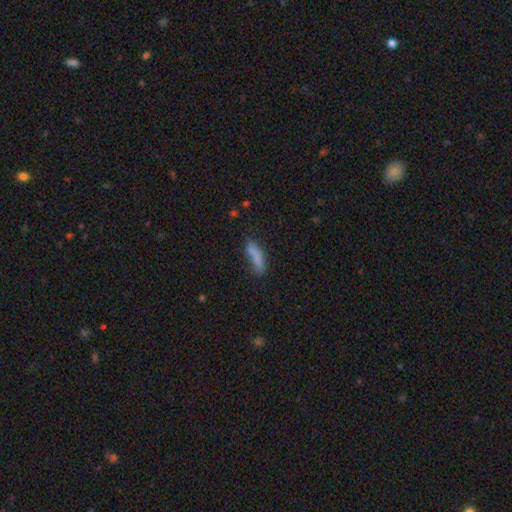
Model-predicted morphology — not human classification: type=smooth (78%); roundness=cigar-shaped (61%); merging=none (57%).